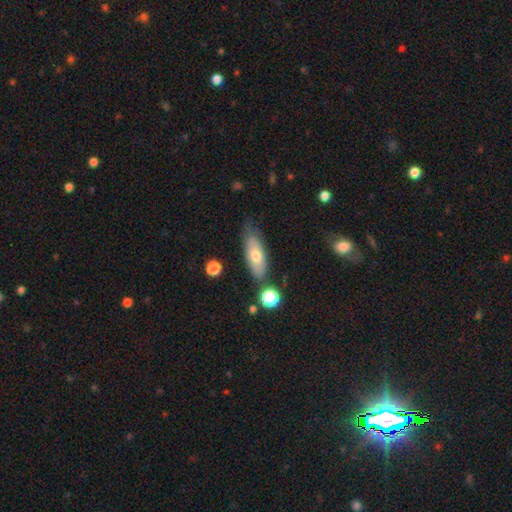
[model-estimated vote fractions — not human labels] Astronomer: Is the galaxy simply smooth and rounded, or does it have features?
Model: smooth — 66%.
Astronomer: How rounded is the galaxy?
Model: in between — 71%.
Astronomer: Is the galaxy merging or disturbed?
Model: none — 68%.